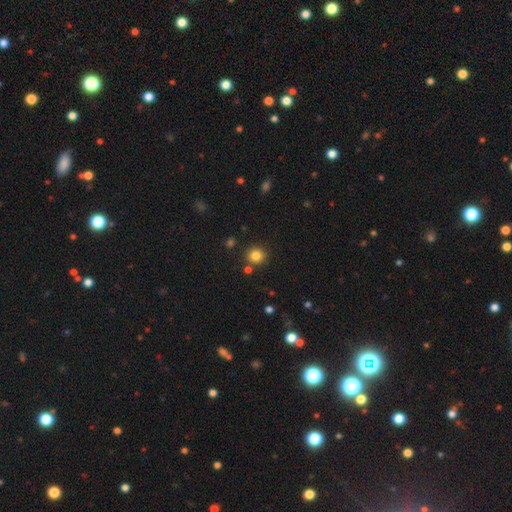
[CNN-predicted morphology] Smooth or featured: smooth — 83% (star or artifact — 12%)
How rounded: round — 90% (in between — 9%)
Merging: none — 85% (minor disturbance — 7%)